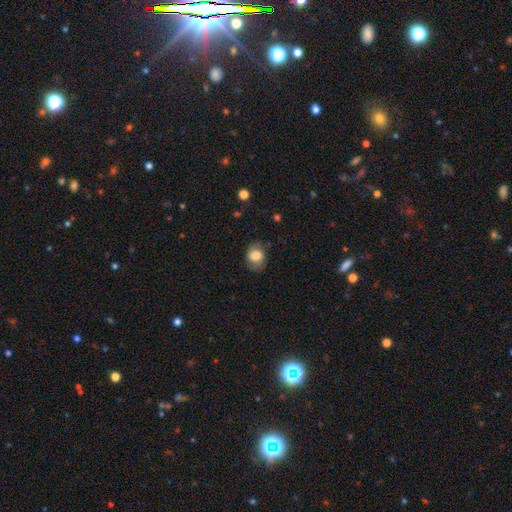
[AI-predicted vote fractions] Smooth or featured?
  - smooth: 78% *
  - featured or disk: 13%
  - star or artifact: 8%
How rounded?
  - in between: 52% *
  - round: 47%
  - cigar-shaped: 1%
Merging?
  - none: 70% *
  - minor disturbance: 21%
  - major disturbance: 7%
  - merger: 1%